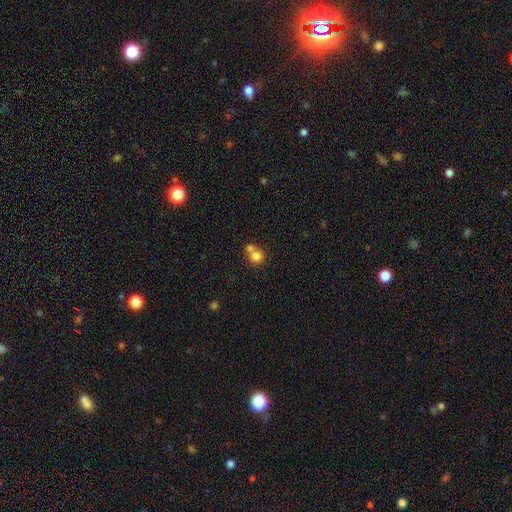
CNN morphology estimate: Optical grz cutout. It shows a smooth galaxy with no disk features (78%) that is round (84%). Merging: merger (53%).